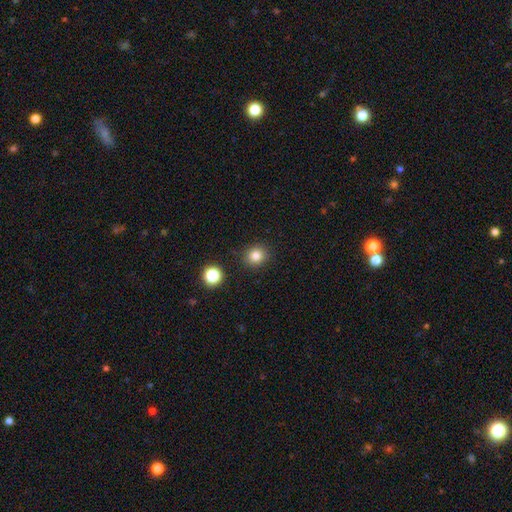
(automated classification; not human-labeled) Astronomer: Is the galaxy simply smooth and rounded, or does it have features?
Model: smooth — 82%.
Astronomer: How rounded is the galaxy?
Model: round — 84%.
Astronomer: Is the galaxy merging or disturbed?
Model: none — 88%.